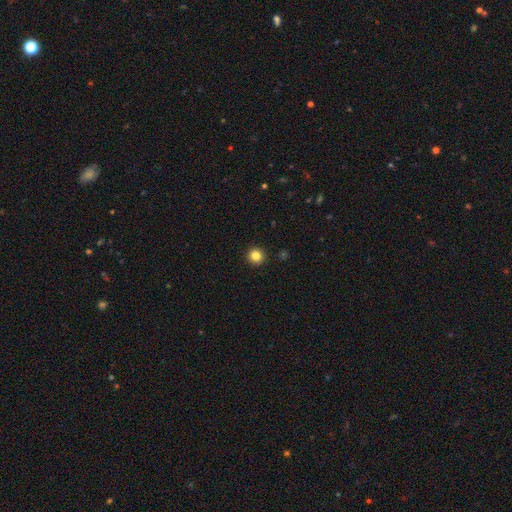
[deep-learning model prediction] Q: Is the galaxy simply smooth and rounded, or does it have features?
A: smooth — 83%.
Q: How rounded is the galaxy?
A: round — 95%.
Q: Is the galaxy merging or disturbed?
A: none — 93%.